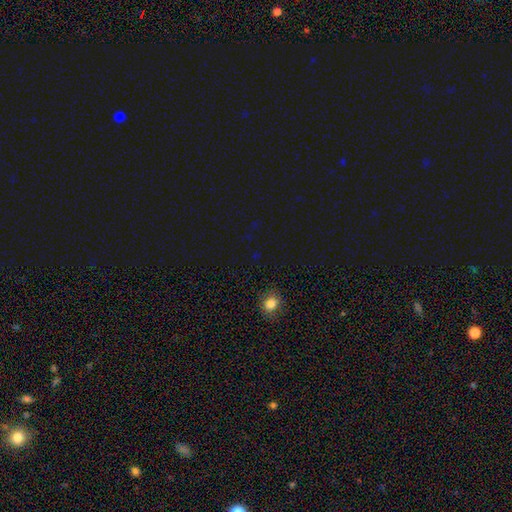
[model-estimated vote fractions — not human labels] A star or artifact, not a galaxy (53%).

Vote fractions:
- Smooth or featured? star or artifact: 53% / smooth: 40% / featured or disk: 7%